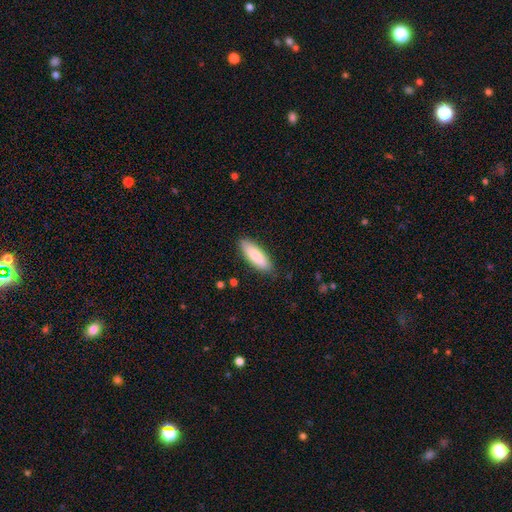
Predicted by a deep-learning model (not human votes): Smooth or featured? smooth (81%)
How rounded? in between (57%)
Merging? none (85%)